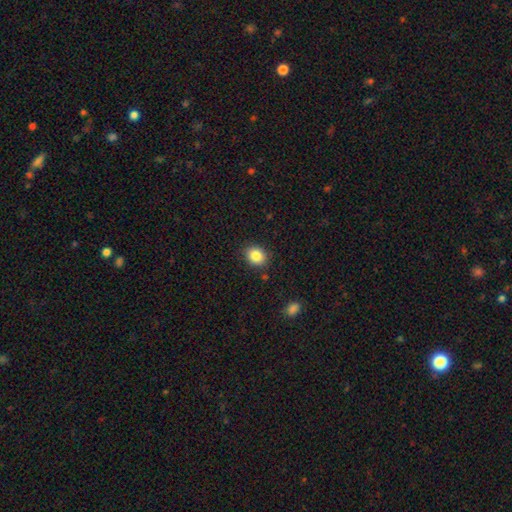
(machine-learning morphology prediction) smooth 85%, star or artifact 9%, featured or disk 5%. Down the decision tree: how rounded — round (62%); merging — none (86%).